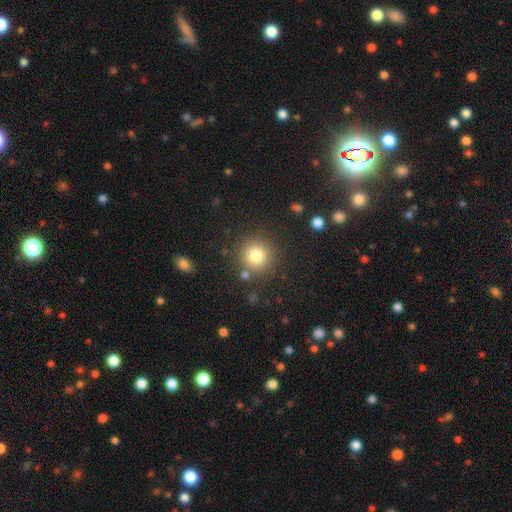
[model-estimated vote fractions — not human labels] Q: Smooth or featured?
A: smooth (79%); runner-up: star or artifact (13%)
Q: How rounded?
A: round (94%); runner-up: in between (5%)
Q: Merging?
A: none (84%); runner-up: minor disturbance (8%)